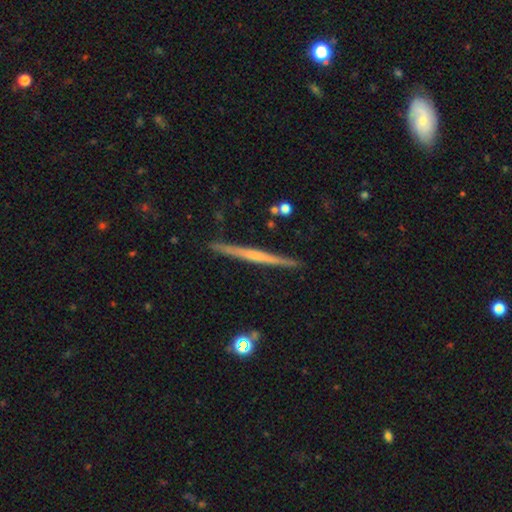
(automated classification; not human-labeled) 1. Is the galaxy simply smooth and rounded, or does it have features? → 60% featured or disk, 34% smooth, 6% star or artifact.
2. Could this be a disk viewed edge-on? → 98% yes, 2% no.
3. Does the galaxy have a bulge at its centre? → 71% none, 20% rounded, 9% boxy.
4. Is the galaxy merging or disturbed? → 90% none, 7% minor disturbance, 1% merger, 1% major disturbance.